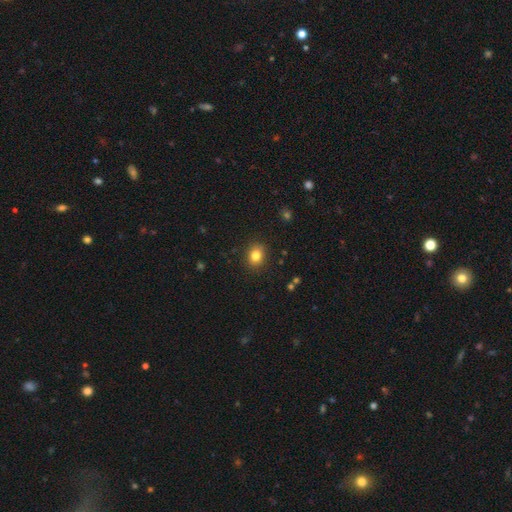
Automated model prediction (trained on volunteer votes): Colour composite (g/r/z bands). It shows a smooth galaxy with no disk features (82%) that is round (59%). Merging: none (88%).